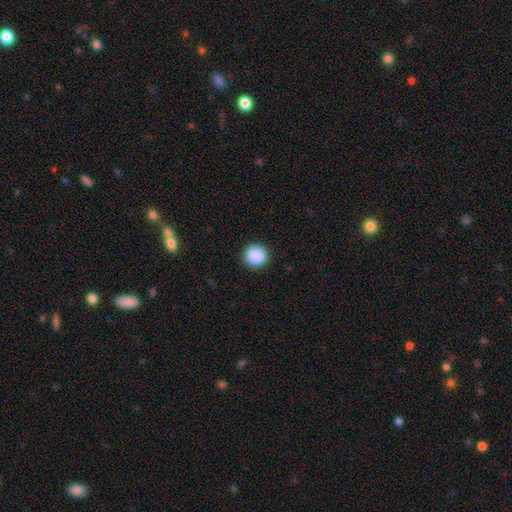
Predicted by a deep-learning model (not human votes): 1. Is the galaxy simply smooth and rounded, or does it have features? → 89% smooth, 8% star or artifact, 3% featured or disk.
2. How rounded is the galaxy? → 93% round, 6% in between, 1% cigar-shaped.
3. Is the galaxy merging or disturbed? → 91% none, 6% minor disturbance, 2% major disturbance, 1% merger.